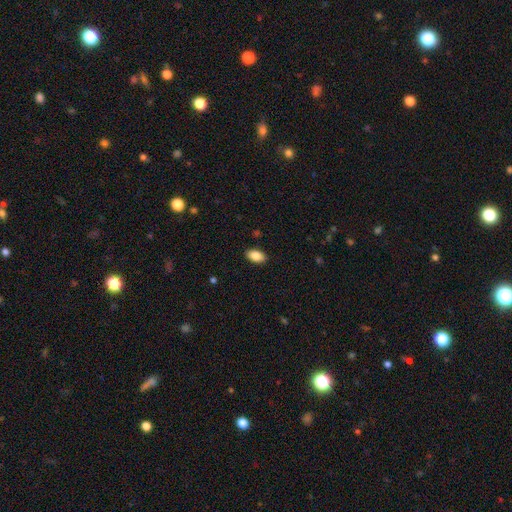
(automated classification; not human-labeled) Smooth or featured?
  - smooth: 86% *
  - star or artifact: 7%
  - featured or disk: 6%
How rounded?
  - in between: 93% *
  - round: 5%
  - cigar-shaped: 2%
Merging?
  - none: 89% *
  - minor disturbance: 8%
  - major disturbance: 2%
  - merger: 1%